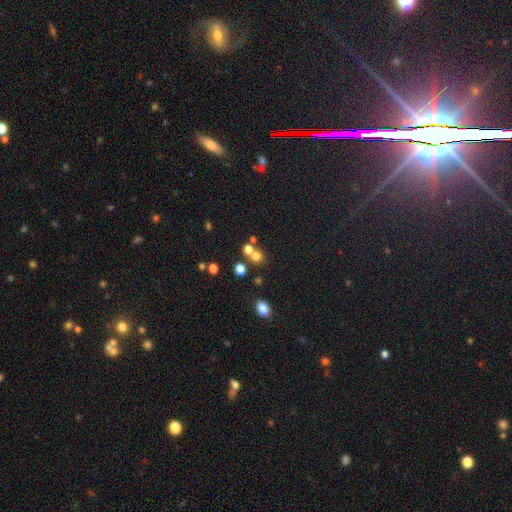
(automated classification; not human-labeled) smooth_or_featured: smooth (p=0.71) [alt: star or artifact p=0.19]
how_rounded: round (p=0.84) [alt: in between p=0.15]
merging: none (p=0.56) [alt: merger p=0.33]